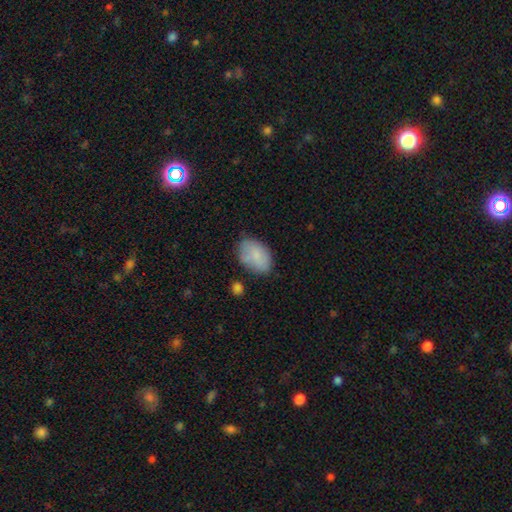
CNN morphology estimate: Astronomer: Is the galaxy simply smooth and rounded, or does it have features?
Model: smooth — 79%.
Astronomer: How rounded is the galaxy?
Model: in between — 89%.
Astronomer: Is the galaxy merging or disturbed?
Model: none — 67%.